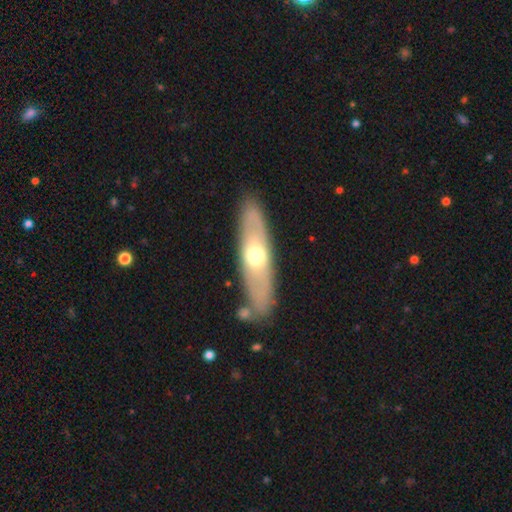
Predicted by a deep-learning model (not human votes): Smooth or featured? Predicted: smooth (p=0.48). Merging? Predicted: none (p=0.80).